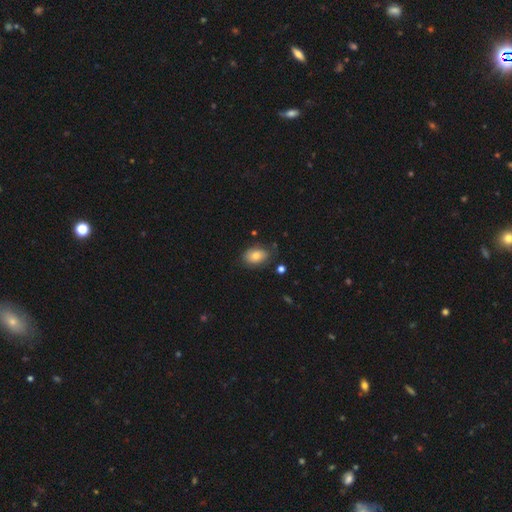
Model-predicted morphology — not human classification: Smooth or featured: smooth — 80% (featured or disk — 12%)
How rounded: in between — 81% (round — 18%)
Merging: none — 73% (minor disturbance — 20%)